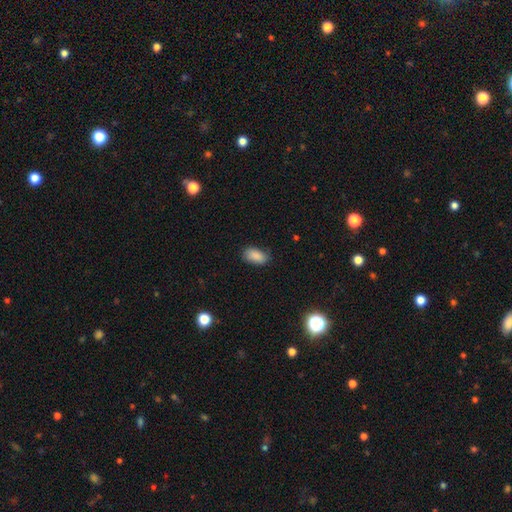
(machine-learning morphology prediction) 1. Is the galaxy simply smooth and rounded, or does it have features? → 88% smooth, 8% star or artifact, 4% featured or disk.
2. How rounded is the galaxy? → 92% in between, 5% round, 3% cigar-shaped.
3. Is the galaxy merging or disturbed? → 81% none, 15% minor disturbance, 3% major disturbance, 1% merger.